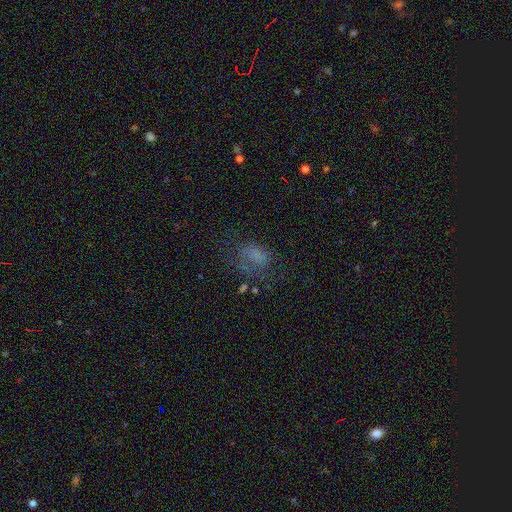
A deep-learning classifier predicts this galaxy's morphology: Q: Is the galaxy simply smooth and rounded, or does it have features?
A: smooth — 54%.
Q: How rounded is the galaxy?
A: in between — 76%.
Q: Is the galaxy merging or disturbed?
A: none — 39%.